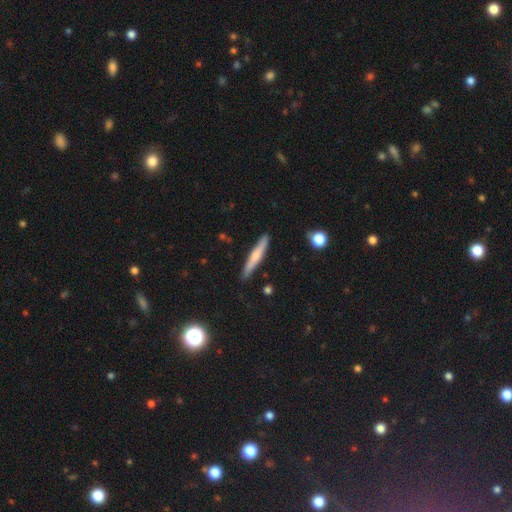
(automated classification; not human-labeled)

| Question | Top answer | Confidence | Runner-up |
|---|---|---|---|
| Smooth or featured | smooth | 57% | featured or disk (38%) |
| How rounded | cigar-shaped | 93% | in between (5%) |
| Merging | none | 89% | minor disturbance (8%) |